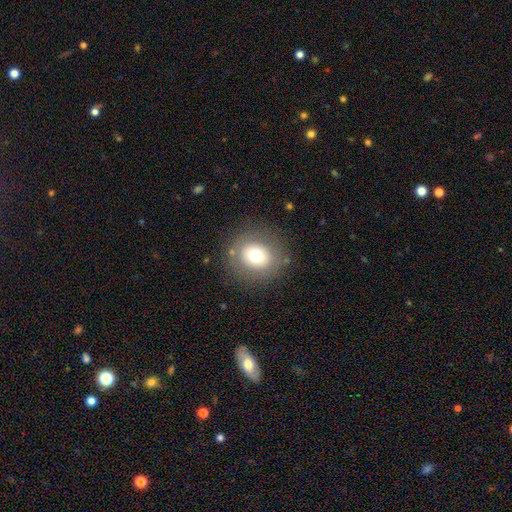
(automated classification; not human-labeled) A smooth galaxy with no disk features (69%) that is round (84%).

Vote fractions:
- Smooth or featured? smooth: 69% / featured or disk: 19% / star or artifact: 12%
- How rounded? round: 84% / in between: 16% / cigar-shaped: 1%
- Merging? none: 83% / minor disturbance: 10% / major disturbance: 5% / merger: 2%